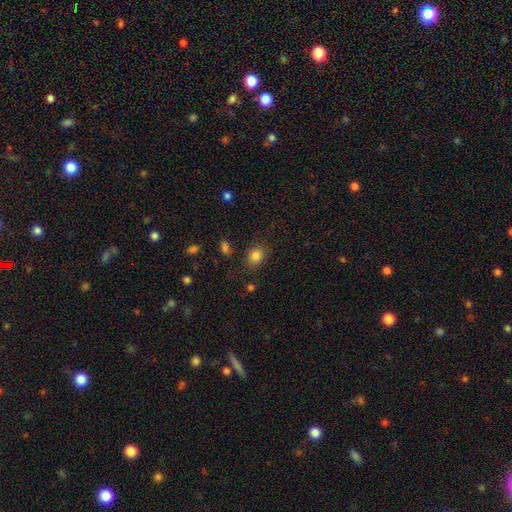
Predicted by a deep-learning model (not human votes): A smooth galaxy with no disk features (83%) that is round (52%).

Vote fractions:
- Smooth or featured? smooth: 83% / star or artifact: 11% / featured or disk: 6%
- How rounded? round: 52% / in between: 47% / cigar-shaped: 1%
- Merging? none: 82% / minor disturbance: 12% / major disturbance: 4% / merger: 2%